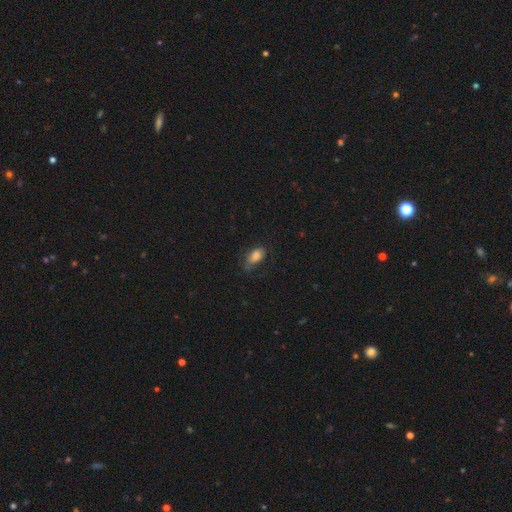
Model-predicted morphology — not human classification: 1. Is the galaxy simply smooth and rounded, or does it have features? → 79% smooth, 11% featured or disk, 10% star or artifact.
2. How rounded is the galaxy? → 89% in between, 7% round, 3% cigar-shaped.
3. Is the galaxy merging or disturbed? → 57% none, 27% minor disturbance, 15% major disturbance, 2% merger.